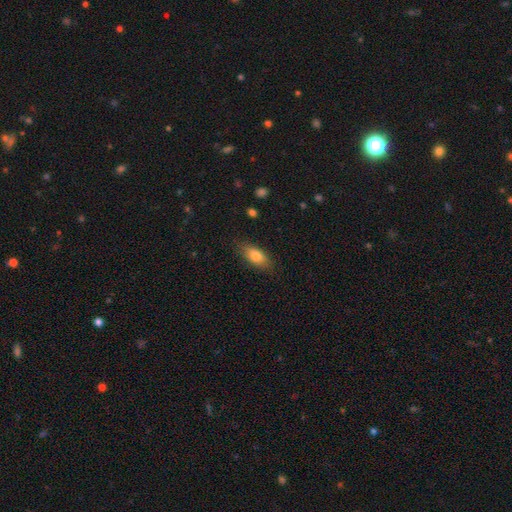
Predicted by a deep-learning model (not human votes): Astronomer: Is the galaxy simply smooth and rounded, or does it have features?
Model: smooth — 80%.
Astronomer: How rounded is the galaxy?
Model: in between — 83%.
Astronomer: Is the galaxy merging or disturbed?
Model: none — 83%.